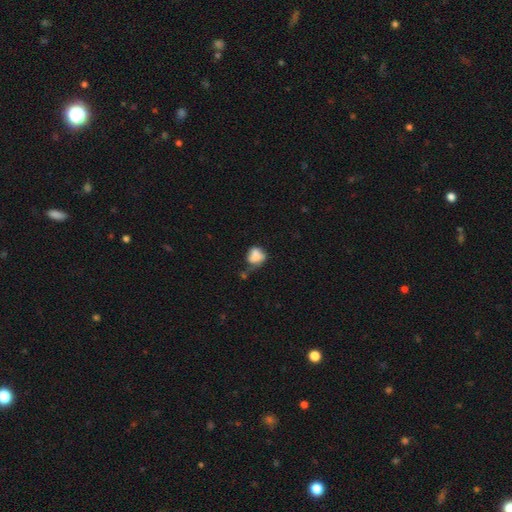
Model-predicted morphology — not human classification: Smooth or featured?
  - smooth: 73% *
  - featured or disk: 17%
  - star or artifact: 10%
How rounded?
  - round: 53% *
  - in between: 46%
  - cigar-shaped: 1%
Merging?
  - none: 33% *
  - minor disturbance: 32%
  - major disturbance: 18%
  - merger: 17%